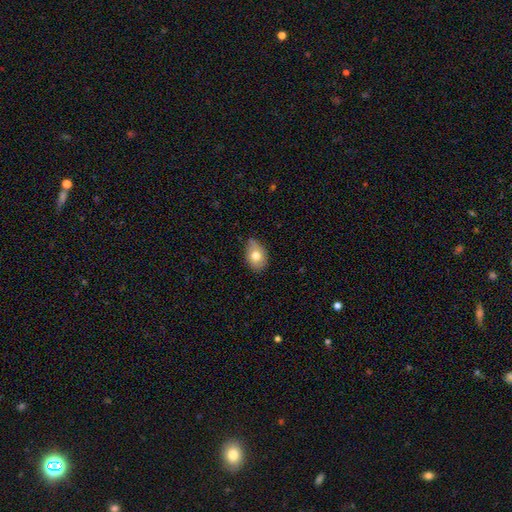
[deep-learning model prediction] smooth_or_featured: smooth (p=0.74) [alt: featured or disk p=0.18]
how_rounded: in between (p=0.80) [alt: round p=0.19]
merging: none (p=0.68) [alt: minor disturbance p=0.27]